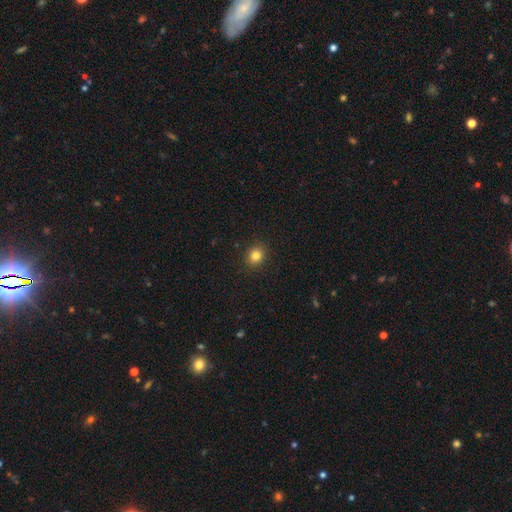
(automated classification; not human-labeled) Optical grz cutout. It shows a smooth galaxy with no disk features (83%) that is round (78%). Merging: none (91%).